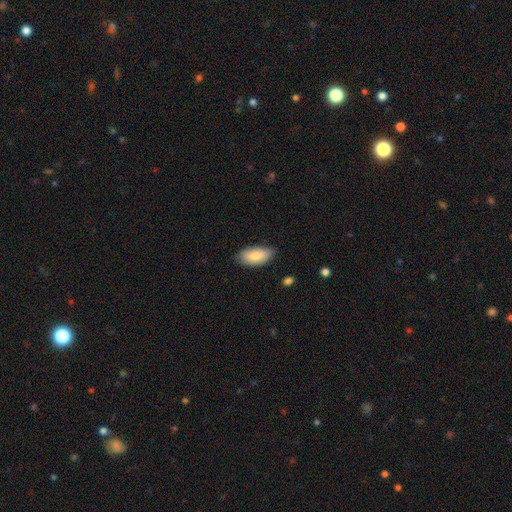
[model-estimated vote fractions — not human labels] smooth_or_featured: smooth (p=0.82) [alt: featured or disk p=0.12]
how_rounded: in between (p=0.92) [alt: cigar-shaped p=0.05]
merging: none (p=0.78) [alt: minor disturbance p=0.19]